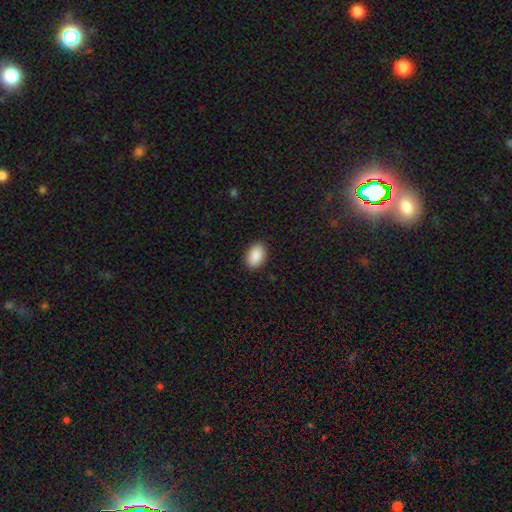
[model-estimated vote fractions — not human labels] Morphology: type=smooth (90%); roundness=in between (90%); merging=none (89%).